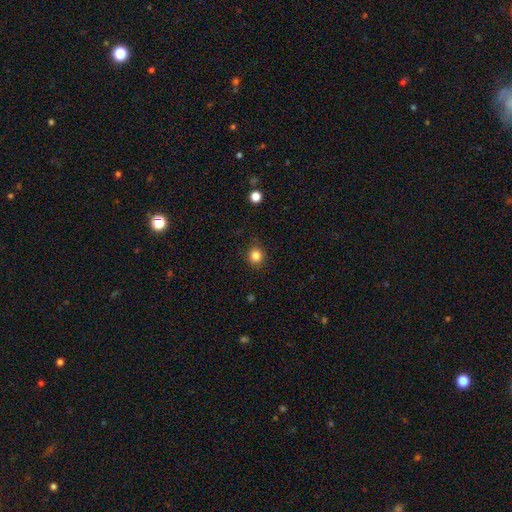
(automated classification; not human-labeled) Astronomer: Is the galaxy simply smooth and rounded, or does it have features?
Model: smooth — 84%.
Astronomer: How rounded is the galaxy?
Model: round — 88%.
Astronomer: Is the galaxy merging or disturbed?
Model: none — 86%.